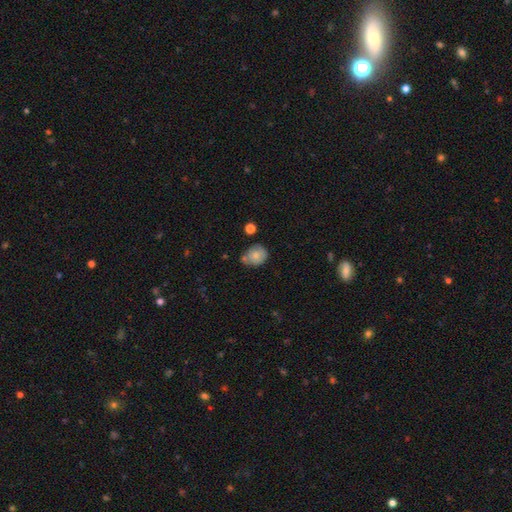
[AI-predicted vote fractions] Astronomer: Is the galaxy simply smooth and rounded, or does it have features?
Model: smooth — 76%.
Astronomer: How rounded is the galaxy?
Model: round — 58% (runner-up: in between, 41%).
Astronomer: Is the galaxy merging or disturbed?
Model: none — 55%.